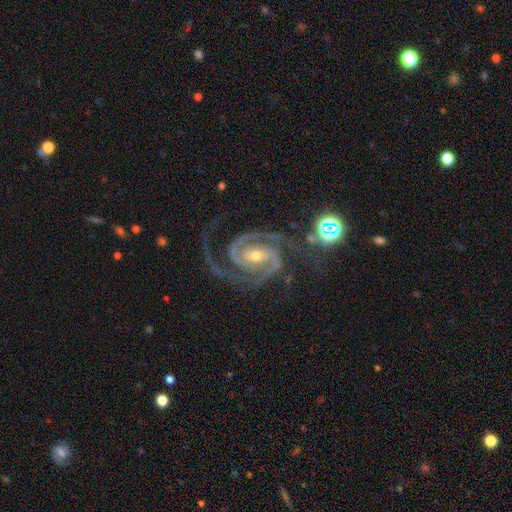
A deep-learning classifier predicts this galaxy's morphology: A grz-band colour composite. It shows a featured or disk galaxy (93%) with no bar (45%), 2 (73%) tight (52%) spiral arms (99%) and a small central bulge (51%). Merging: none (71%).